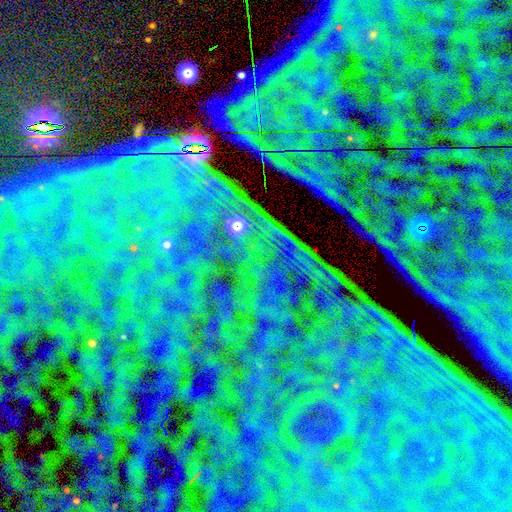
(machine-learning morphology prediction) A star or artifact, not a galaxy (87%).

Vote fractions:
- Smooth or featured? star or artifact: 87% / featured or disk: 7% / smooth: 6%